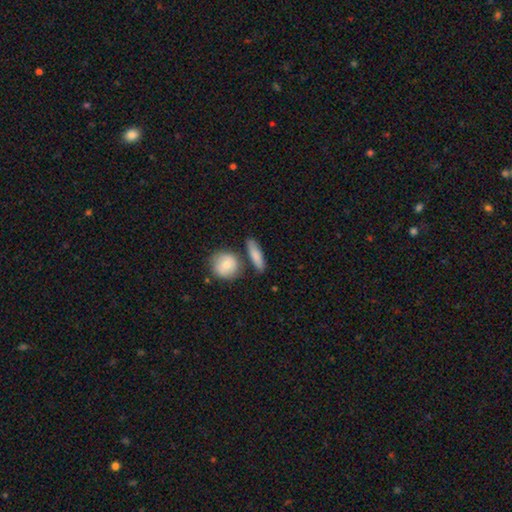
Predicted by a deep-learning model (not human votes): Overall: smooth (78%). How rounded: cigar-shaped (55%; in between 36%). Merging: none (72%).